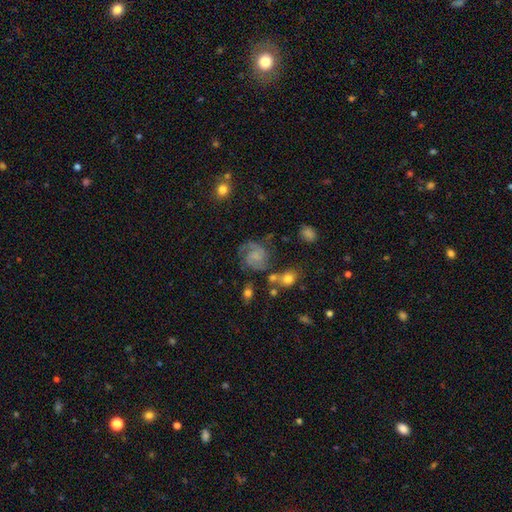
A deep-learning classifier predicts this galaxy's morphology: Q: Smooth or featured?
A: featured or disk (77%); runner-up: smooth (14%)
Q: Edge-on disk?
A: no (98%); runner-up: yes (2%)
Q: Bar?
A: no (62%); runner-up: weak (33%)
Q: Spiral arms?
A: yes (95%); runner-up: no (5%)
Q: Spiral winding?
A: medium (48%); runner-up: tight (36%)
Q: Spiral arm count?
A: 2 (73%); runner-up: can't tell (10%)
Q: Bulge size?
A: small (46%); runner-up: none (27%)
Q: Merging?
A: none (58%); runner-up: minor disturbance (20%)